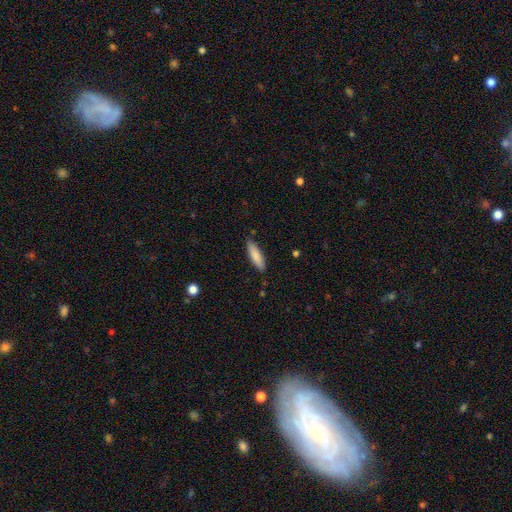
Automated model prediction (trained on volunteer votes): A smooth galaxy with no disk features (84%) that is cigar-shaped (65%).

Vote fractions:
- Smooth or featured? smooth: 84% / featured or disk: 10% / star or artifact: 6%
- How rounded? cigar-shaped: 65% / in between: 33% / round: 1%
- Merging? none: 86% / minor disturbance: 10% / major disturbance: 2% / merger: 1%